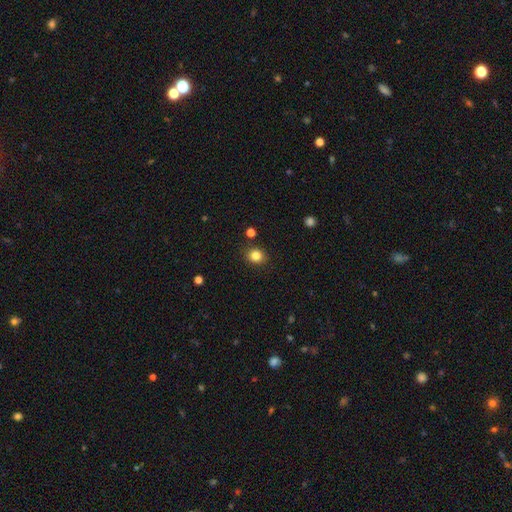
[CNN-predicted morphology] A smooth galaxy with no disk features (83%) that is round (73%). Merging: none (88%).